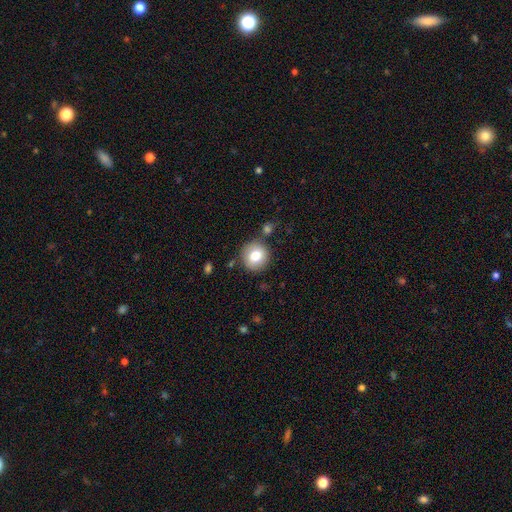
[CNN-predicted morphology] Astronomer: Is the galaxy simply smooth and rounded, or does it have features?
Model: smooth — 78%.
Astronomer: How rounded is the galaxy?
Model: round — 92%.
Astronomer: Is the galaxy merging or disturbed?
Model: none — 80%.